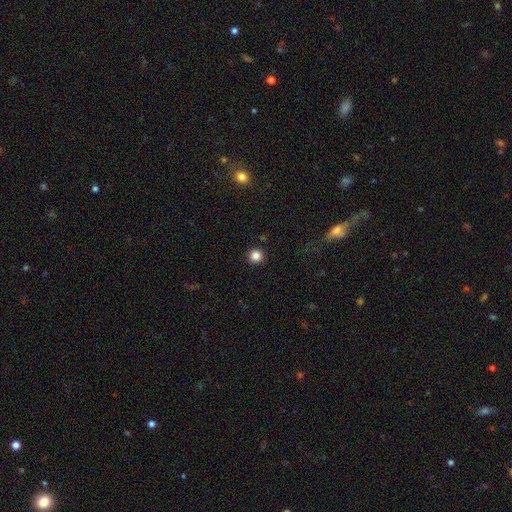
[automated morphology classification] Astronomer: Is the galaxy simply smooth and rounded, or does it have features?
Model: smooth — 85%.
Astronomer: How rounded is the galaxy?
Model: round — 96%.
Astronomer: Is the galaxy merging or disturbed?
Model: none — 92%.